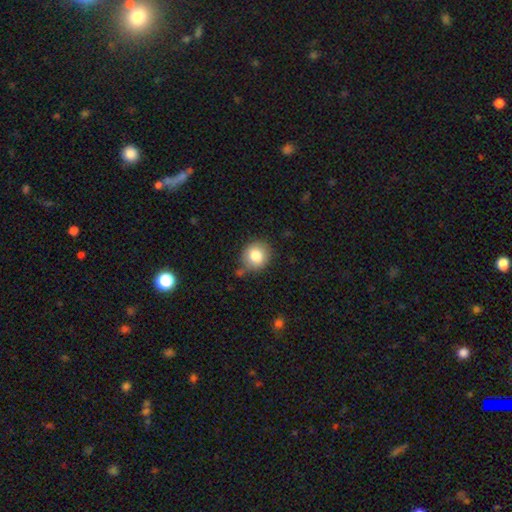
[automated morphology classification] Smooth or featured?
  - smooth: 82% *
  - star or artifact: 9%
  - featured or disk: 8%
How rounded?
  - round: 84% *
  - in between: 15%
  - cigar-shaped: 1%
Merging?
  - none: 77% *
  - minor disturbance: 15%
  - merger: 4%
  - major disturbance: 4%